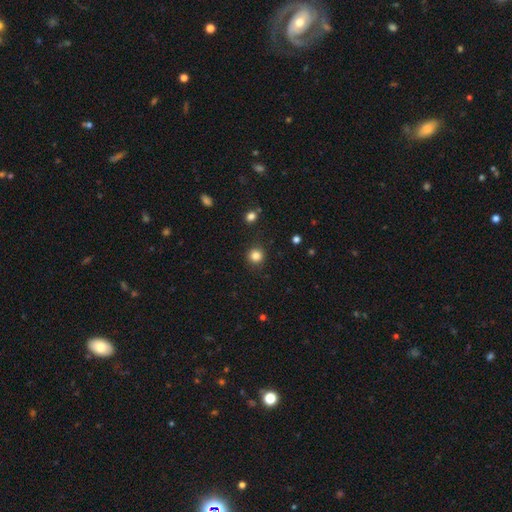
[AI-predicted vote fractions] Q: Smooth or featured?
A: smooth (83%); runner-up: star or artifact (12%)
Q: How rounded?
A: round (93%); runner-up: in between (7%)
Q: Merging?
A: none (89%); runner-up: minor disturbance (7%)